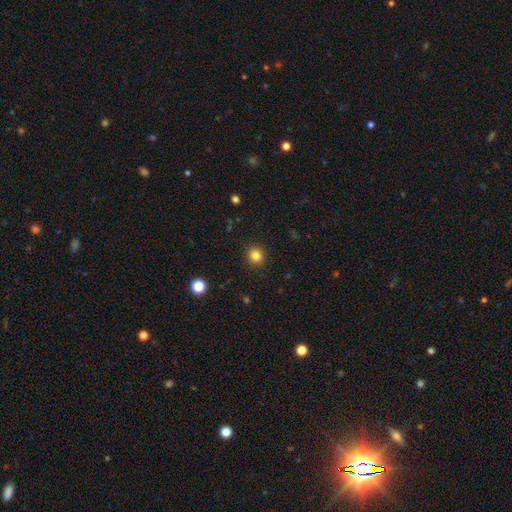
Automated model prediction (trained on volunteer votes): smooth-or-featured: smooth: 82% | star or artifact: 12% | featured or disk: 5%
  how-rounded: round: 88% | in between: 11% | cigar-shaped: 1%
  merging: none: 91% | minor disturbance: 6% | major disturbance: 2% | merger: 1%